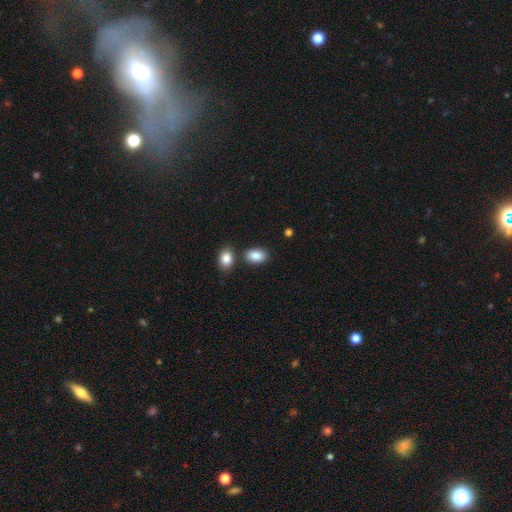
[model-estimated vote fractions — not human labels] smooth_or_featured: smooth (p=0.88) [alt: star or artifact p=0.08]
how_rounded: in between (p=0.87) [alt: round p=0.12]
merging: none (p=0.74) [alt: minor disturbance p=0.12]